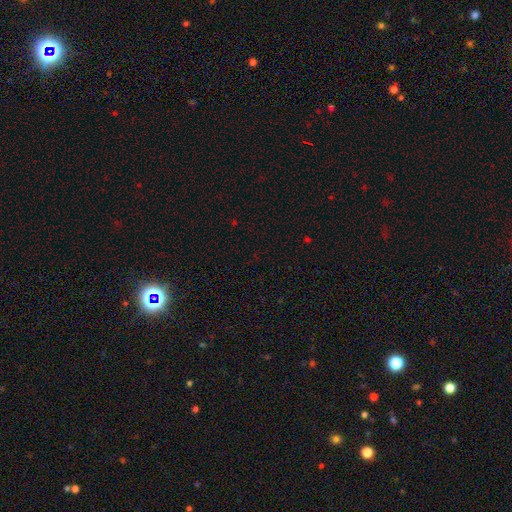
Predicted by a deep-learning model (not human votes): Smooth or featured? star or artifact (70%)